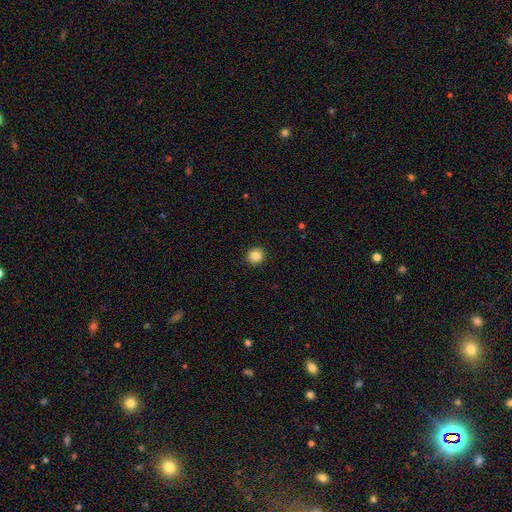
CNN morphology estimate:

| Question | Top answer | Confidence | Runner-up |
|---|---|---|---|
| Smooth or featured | smooth | 86% | star or artifact (10%) |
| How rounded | round | 88% | in between (11%) |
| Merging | none | 92% | minor disturbance (5%) |